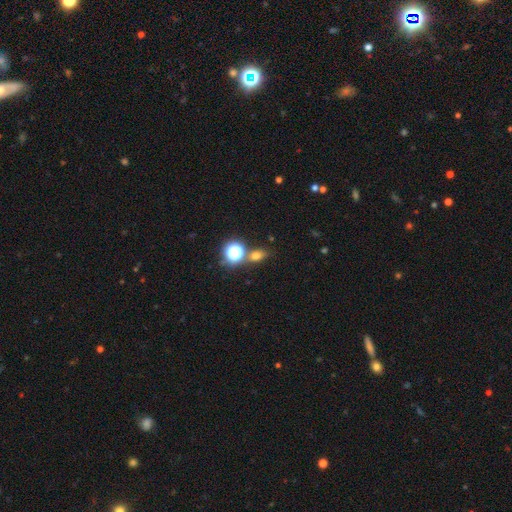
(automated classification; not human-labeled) smooth_or_featured: smooth (p=0.63) [alt: star or artifact p=0.26]
how_rounded: in between (p=0.56) [alt: round p=0.40]
merging: none (p=0.72) [alt: merger p=0.14]